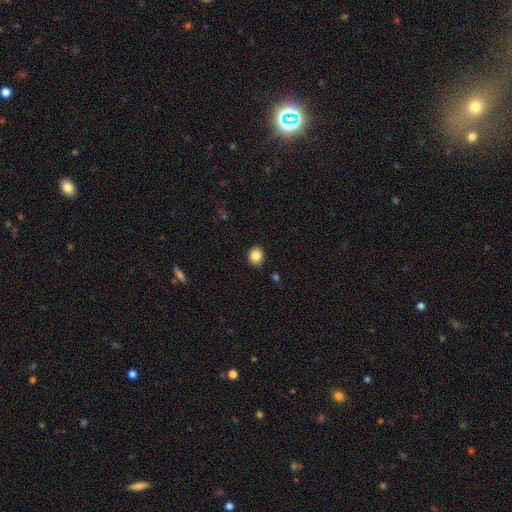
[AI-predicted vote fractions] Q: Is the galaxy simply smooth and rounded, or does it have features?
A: smooth — 85%.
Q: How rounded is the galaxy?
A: round — 61%.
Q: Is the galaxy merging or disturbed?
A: none — 87%.